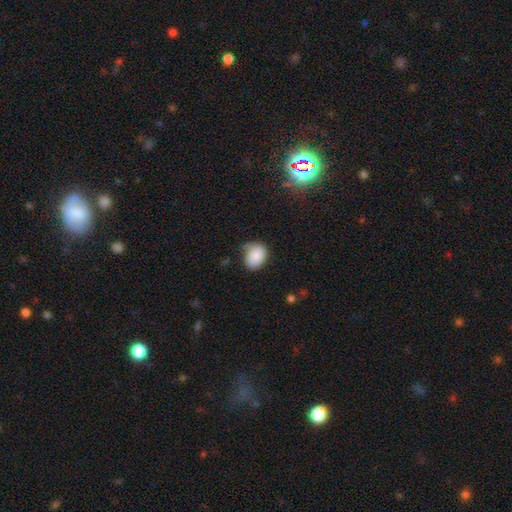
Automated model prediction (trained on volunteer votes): A smooth galaxy with no disk features (86%) that is in between round and cigar-shaped (61%).

Vote fractions:
- Smooth or featured? smooth: 86% / featured or disk: 7% / star or artifact: 7%
- How rounded? in between: 61% / round: 38% / cigar-shaped: 1%
- Merging? none: 49% / minor disturbance: 34% / major disturbance: 13% / merger: 4%